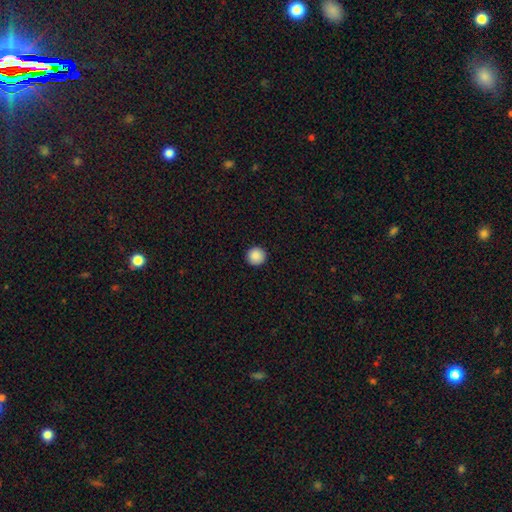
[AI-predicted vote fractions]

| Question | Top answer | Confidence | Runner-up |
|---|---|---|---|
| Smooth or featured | smooth | 88% | star or artifact (9%) |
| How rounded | round | 96% | in between (3%) |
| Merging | none | 93% | minor disturbance (4%) |